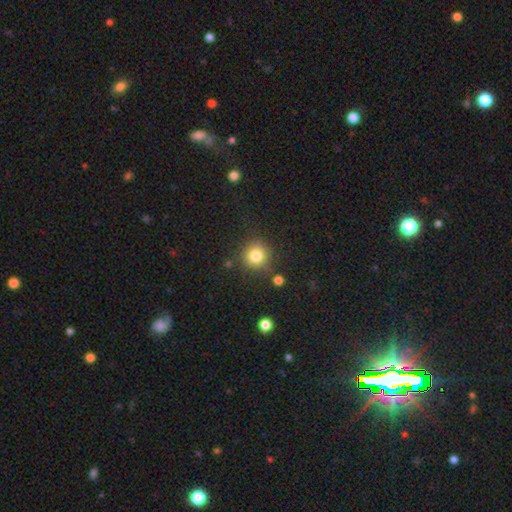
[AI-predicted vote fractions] A smooth galaxy with no disk features (81%) that is round (92%).

Vote fractions:
- Smooth or featured? smooth: 81% / star or artifact: 12% / featured or disk: 7%
- How rounded? round: 92% / in between: 7% / cigar-shaped: 1%
- Merging? none: 83% / minor disturbance: 9% / merger: 4% / major disturbance: 3%